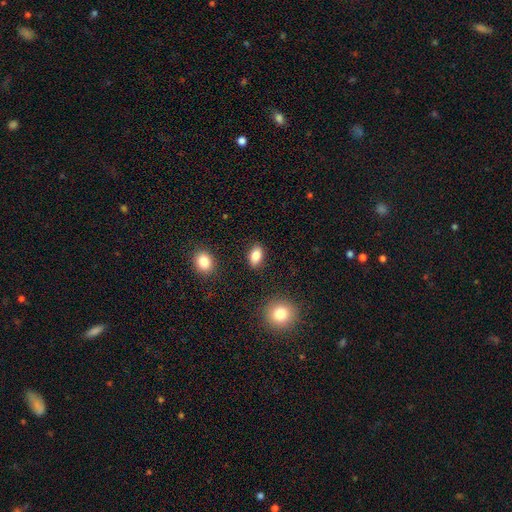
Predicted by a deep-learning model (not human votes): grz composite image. It shows a smooth galaxy with no disk features (84%) that is in between round and cigar-shaped (86%). Merging: none (87%).